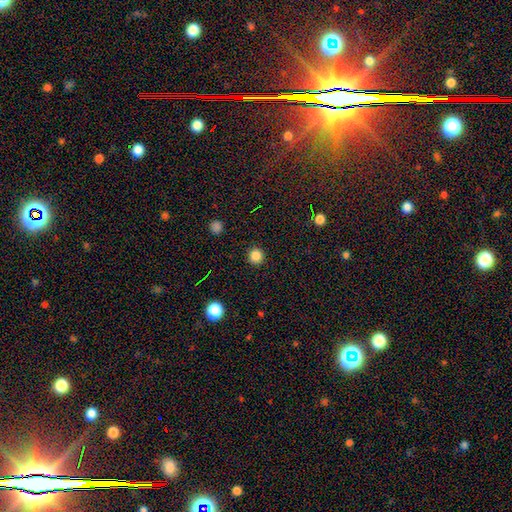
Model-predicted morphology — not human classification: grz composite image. It shows a smooth galaxy with no disk features (84%) that is round (95%). Merging: none (92%).